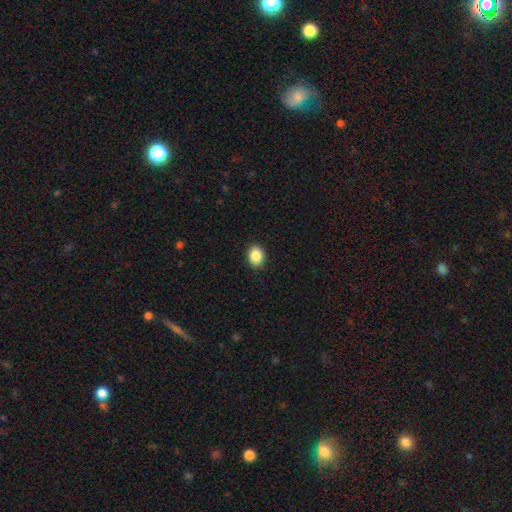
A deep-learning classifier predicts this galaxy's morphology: smooth 87%, star or artifact 9%, featured or disk 4%. Down the decision tree: how rounded — round (51%); merging — none (91%).